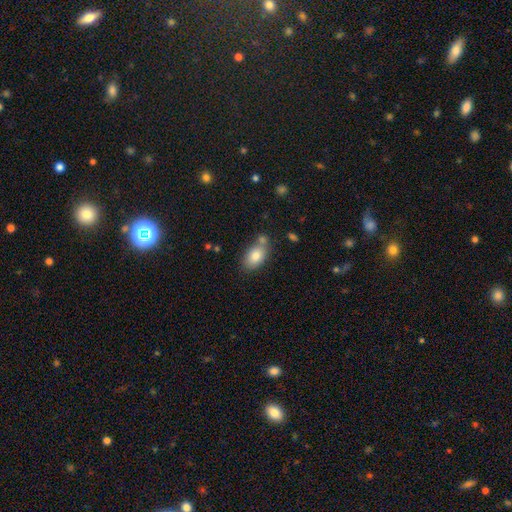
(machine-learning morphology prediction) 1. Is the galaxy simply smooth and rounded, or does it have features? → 81% smooth, 11% featured or disk, 8% star or artifact.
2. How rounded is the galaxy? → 88% in between, 10% round, 2% cigar-shaped.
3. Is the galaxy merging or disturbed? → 61% none, 18% merger, 17% minor disturbance, 4% major disturbance.